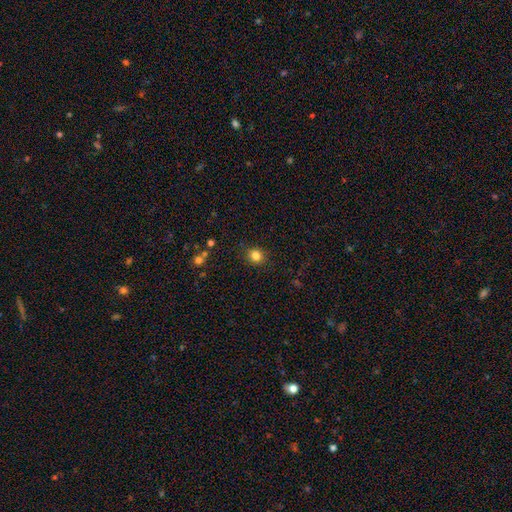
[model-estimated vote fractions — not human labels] smooth_or_featured: smooth (p=0.83) [alt: star or artifact p=0.12]
how_rounded: round (p=0.85) [alt: in between p=0.14]
merging: none (p=0.88) [alt: minor disturbance p=0.08]